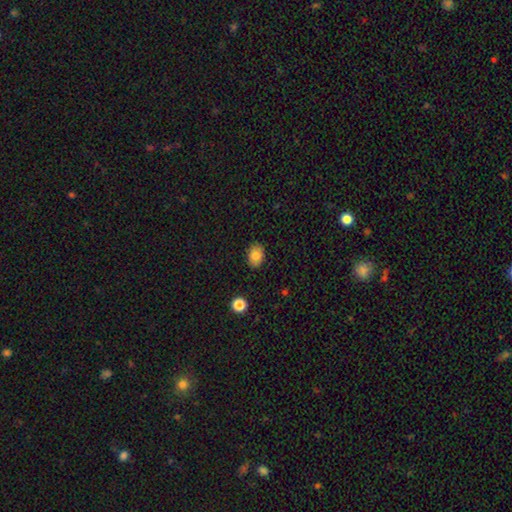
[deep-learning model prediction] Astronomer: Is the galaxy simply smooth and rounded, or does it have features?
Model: smooth — 82%.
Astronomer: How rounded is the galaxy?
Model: in between — 75%.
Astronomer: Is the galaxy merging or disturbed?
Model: none — 87%.